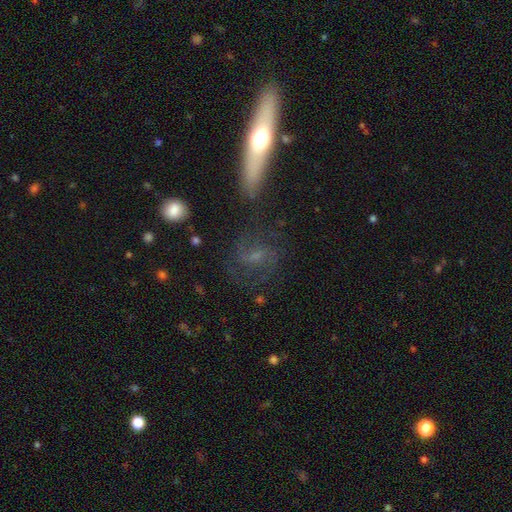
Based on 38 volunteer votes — featured or disk 92%, smooth 5%, star or artifact 3%. Down the decision tree: edge-on disk — no (66%); bar — weak (61%); spiral arms — yes (100%); spiral arm count — 2 (74%); spiral winding — tight (48%); bulge size — small (61%); merging — none (81%).